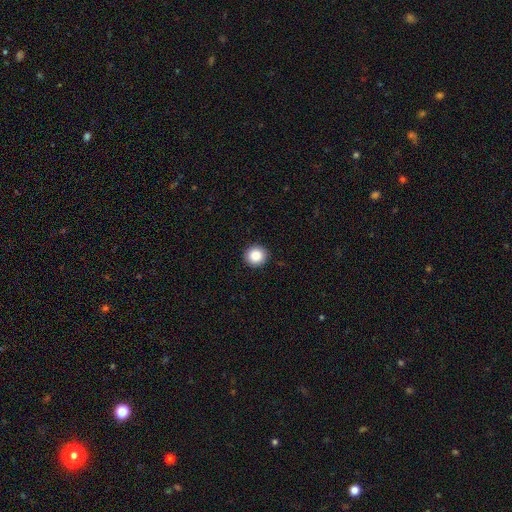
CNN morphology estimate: This appears to be a smooth galaxy with no disk features (86%) that is round (92%). Merging: none (92%).